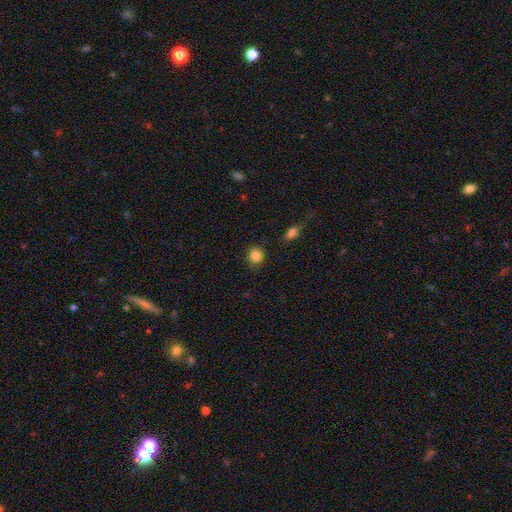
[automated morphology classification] smooth_or_featured: smooth (p=0.85) [alt: star or artifact p=0.10]
how_rounded: round (p=0.86) [alt: in between p=0.12]
merging: none (p=0.87) [alt: minor disturbance p=0.08]